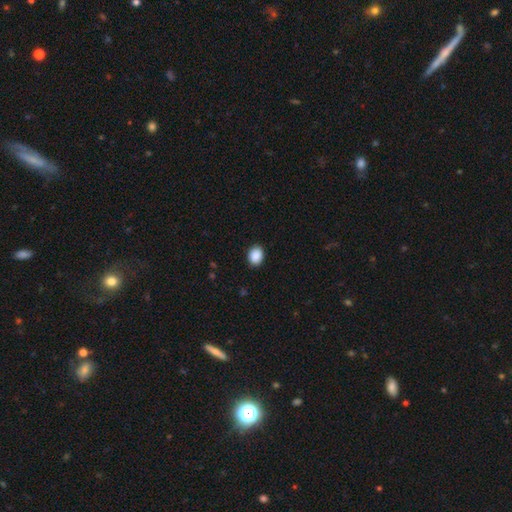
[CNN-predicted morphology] The model was most divided on "how rounded": in between: 61%, round: 38%, cigar-shaped: 1%. More confident: smooth or featured — smooth (90%); merging — none (89%).